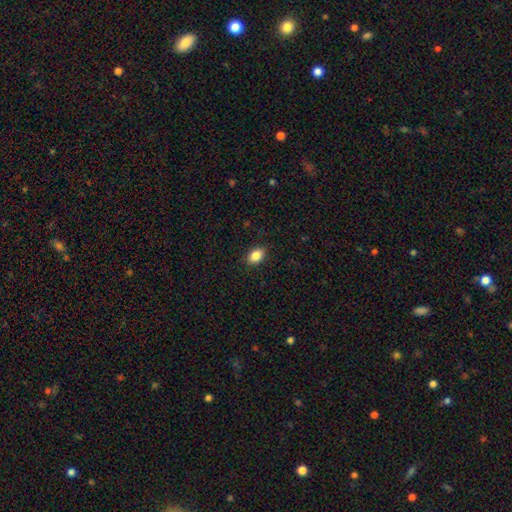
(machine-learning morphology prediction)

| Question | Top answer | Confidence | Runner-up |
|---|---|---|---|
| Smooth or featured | smooth | 86% | star or artifact (9%) |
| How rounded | in between | 82% | round (16%) |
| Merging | none | 88% | minor disturbance (9%) |